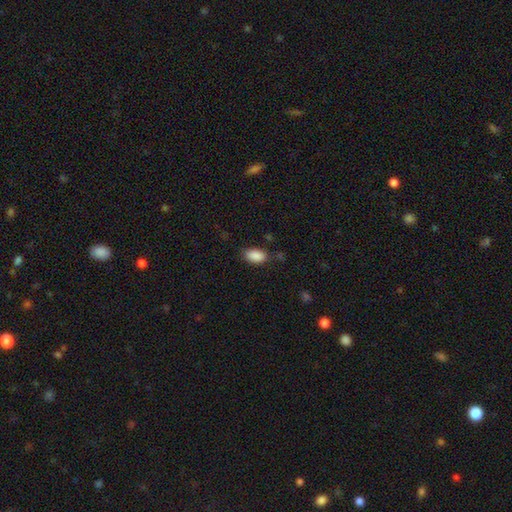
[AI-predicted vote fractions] The model was most divided on "merging": none: 77%, minor disturbance: 16%, major disturbance: 4%, merger: 3%. More confident: how rounded — in between (92%); smooth or featured — smooth (89%).